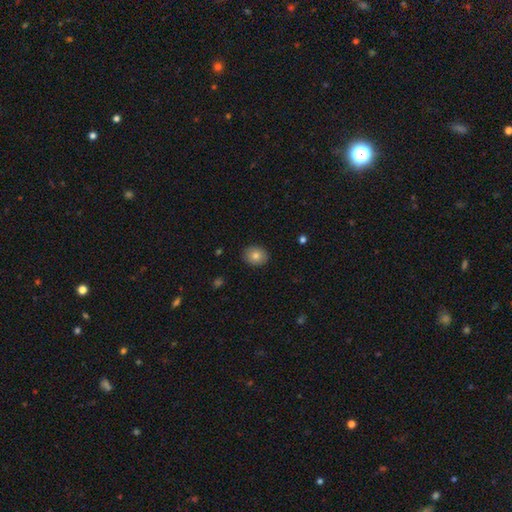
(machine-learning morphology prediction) smooth_or_featured: smooth (p=0.80) [alt: featured or disk p=0.12]
how_rounded: round (p=0.55) [alt: in between p=0.44]
merging: none (p=0.90) [alt: minor disturbance p=0.08]